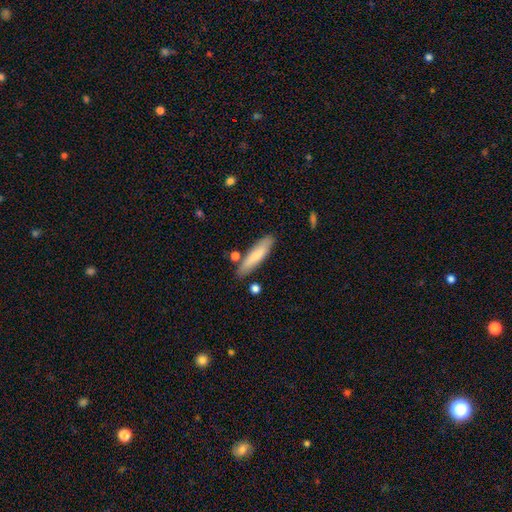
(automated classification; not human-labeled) Smooth or featured?
  - smooth: 75% *
  - featured or disk: 20%
  - star or artifact: 6%
How rounded?
  - cigar-shaped: 78% *
  - in between: 21%
  - round: 2%
Merging?
  - none: 81% *
  - minor disturbance: 12%
  - merger: 5%
  - major disturbance: 2%